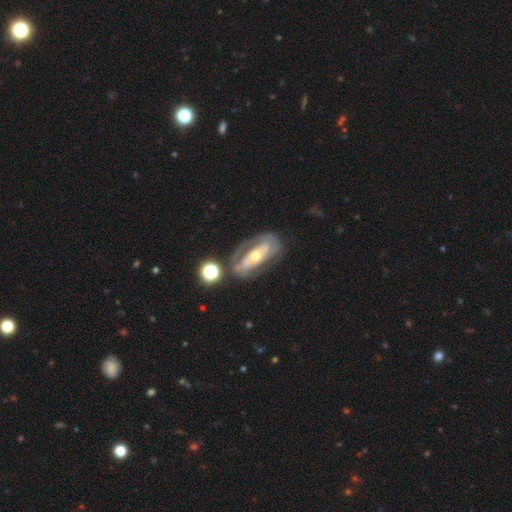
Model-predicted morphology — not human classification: The model was most divided on "bar": strong: 40%, no: 37%, weak: 23%. Remaining: edge-on disk — no (91%); smooth or featured — featured or disk (79%); spiral arms — yes (74%); spiral arm count — 2 (65%); merging — none (64%); bulge size — moderate (54%); spiral winding — tight (50%).